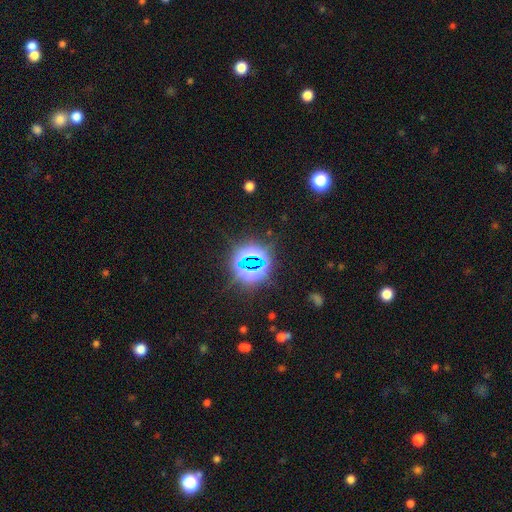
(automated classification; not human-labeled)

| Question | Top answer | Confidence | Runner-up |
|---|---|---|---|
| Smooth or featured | star or artifact | 78% | smooth (13%) |